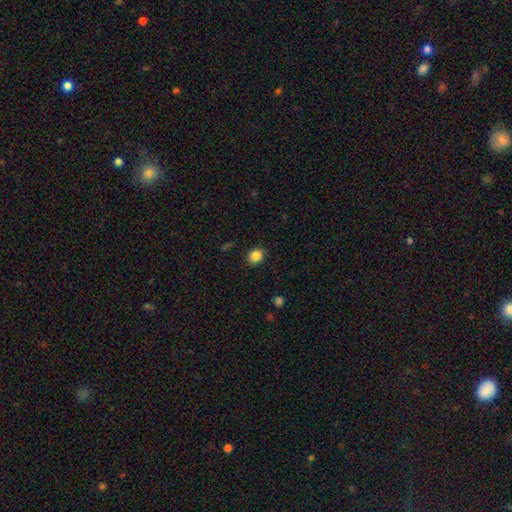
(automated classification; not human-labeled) Overall: smooth (86%). How rounded: round (53%; in between 46%). Merging: none (88%).